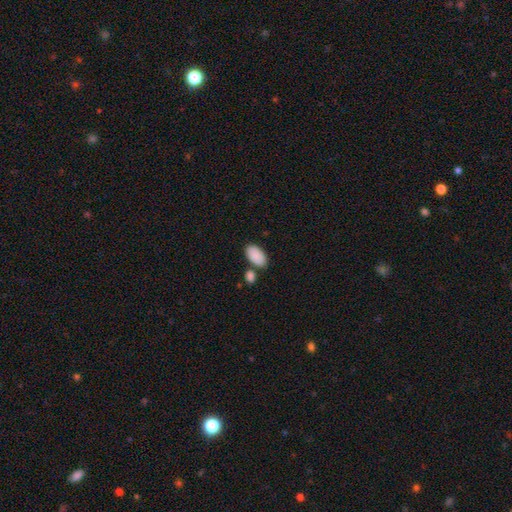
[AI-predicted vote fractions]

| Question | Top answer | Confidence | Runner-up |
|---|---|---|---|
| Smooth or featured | smooth | 89% | star or artifact (6%) |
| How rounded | in between | 95% | round (3%) |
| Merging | none | 68% | merger (16%) |